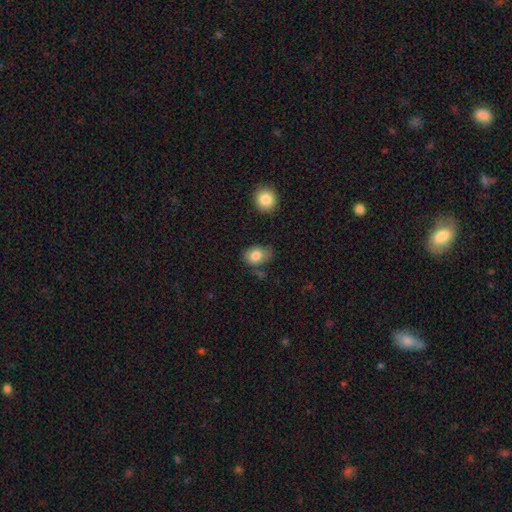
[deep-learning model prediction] A smooth galaxy with no disk features (82%) that is in between round and cigar-shaped (72%). Merging: none (52%).